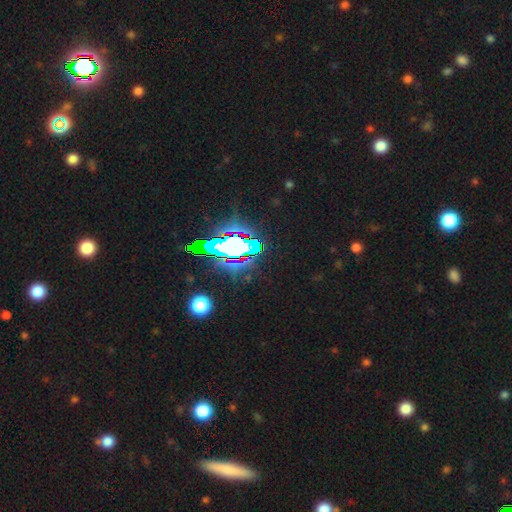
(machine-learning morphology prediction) Overall: star or artifact (81%).